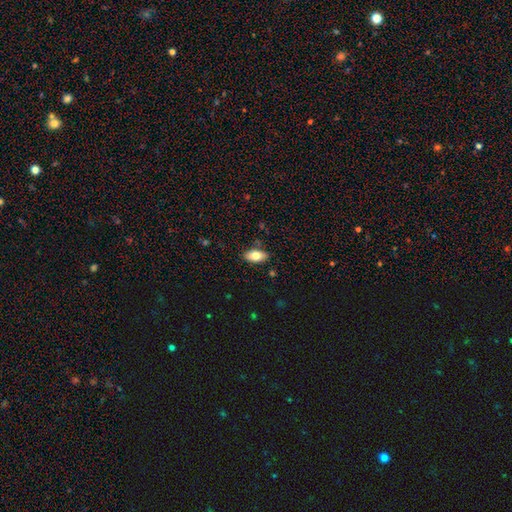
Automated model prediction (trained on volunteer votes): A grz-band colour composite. It shows a smooth galaxy with no disk features (78%) that is in between round and cigar-shaped (91%). Merging: none (84%).